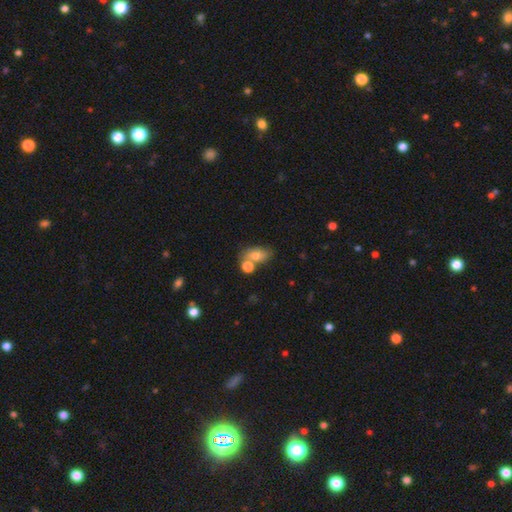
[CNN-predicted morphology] This is likely a smooth galaxy (75%). How rounded: clearly in between (83%). Merging: marginally none (43%).